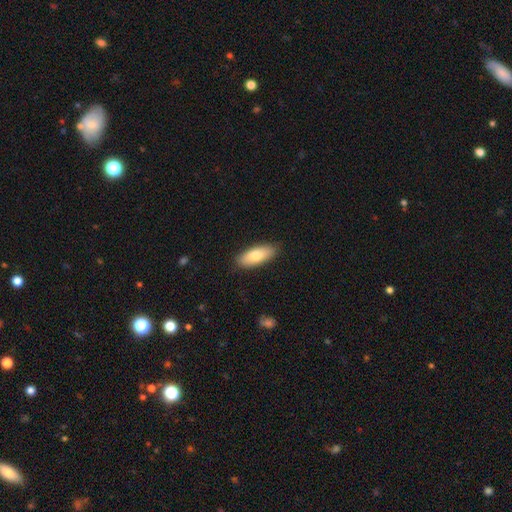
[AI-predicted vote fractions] Morphology: type=smooth (77%); roundness=in between (76%); merging=none (88%).